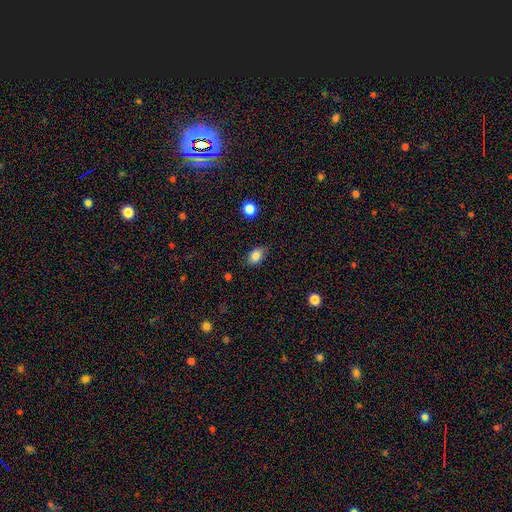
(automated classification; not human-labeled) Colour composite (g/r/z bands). It shows a smooth galaxy with no disk features (85%) that is in between round and cigar-shaped (80%). Merging: none (77%).